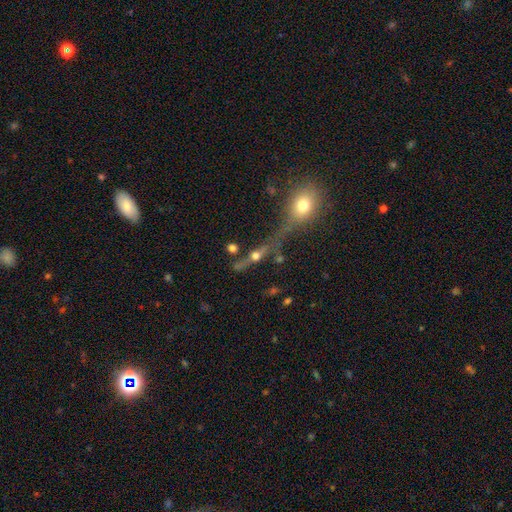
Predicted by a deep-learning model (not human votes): smooth-or-featured: featured or disk: 48% | smooth: 34% | star or artifact: 17%
  merging: none: 45% | merger: 31% | minor disturbance: 13% | major disturbance: 11%